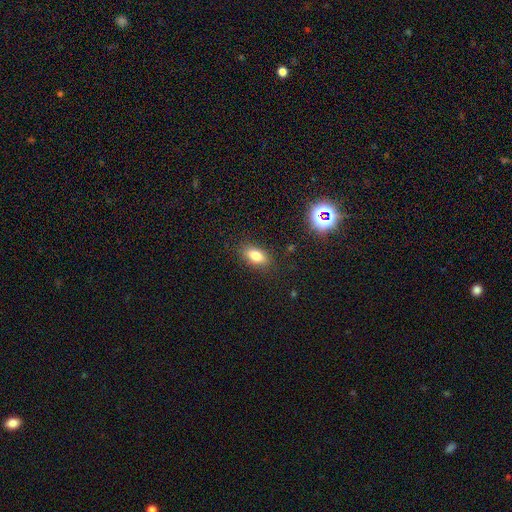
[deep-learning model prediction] Smooth or featured? smooth (79%)
How rounded? in between (85%)
Merging? none (86%)